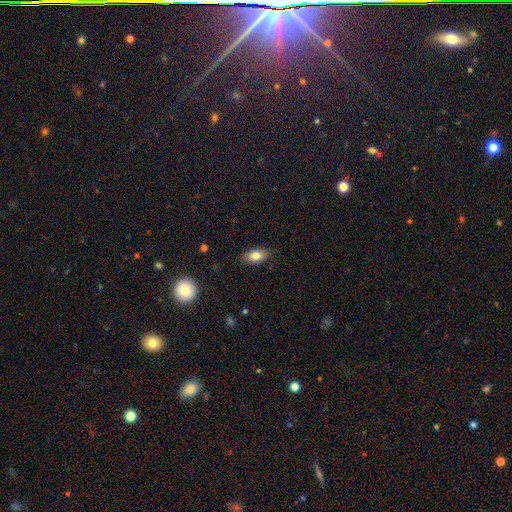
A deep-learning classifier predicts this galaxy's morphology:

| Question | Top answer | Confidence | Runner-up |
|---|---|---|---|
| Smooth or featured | smooth | 81% | featured or disk (11%) |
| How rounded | in between | 89% | round (6%) |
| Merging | none | 84% | minor disturbance (12%) |